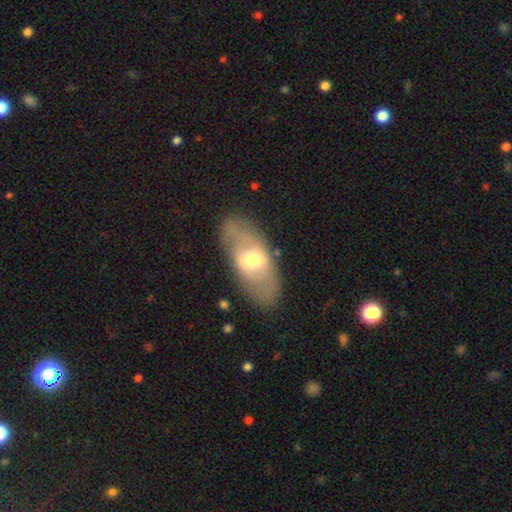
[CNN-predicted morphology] featured or disk 52%, smooth 41%, star or artifact 6%. Down the decision tree: edge-on disk — no (85%); merging — none (79%).